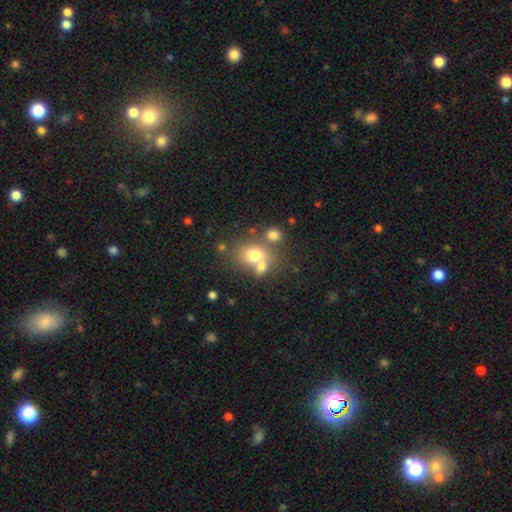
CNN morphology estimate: Smooth or featured?
  - smooth: 69% *
  - featured or disk: 17%
  - star or artifact: 14%
How rounded?
  - round: 53% *
  - in between: 46%
  - cigar-shaped: 1%
Merging?
  - merger: 45% *
  - none: 40%
  - minor disturbance: 10%
  - major disturbance: 5%